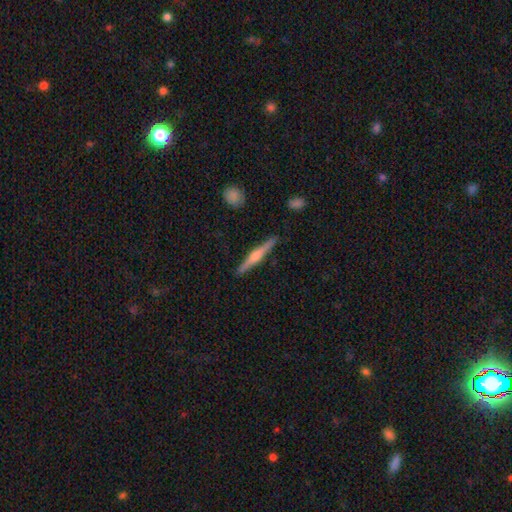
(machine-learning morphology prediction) The model was most divided on "smooth or featured": featured or disk: 67%, smooth: 28%, star or artifact: 6%. More confident: edge-on disk — yes (98%); merging — none (90%); edge-on bulge — rounded (82%).